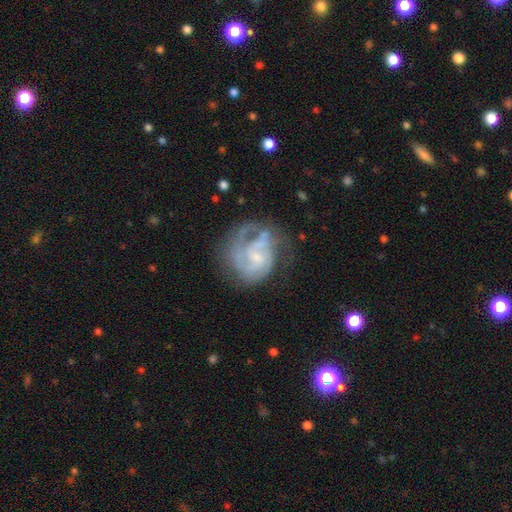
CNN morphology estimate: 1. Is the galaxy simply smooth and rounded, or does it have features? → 78% featured or disk, 15% smooth, 7% star or artifact.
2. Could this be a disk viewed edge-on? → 98% no, 2% yes.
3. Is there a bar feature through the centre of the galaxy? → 59% no, 36% weak, 6% strong.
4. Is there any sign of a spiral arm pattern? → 86% yes, 14% no.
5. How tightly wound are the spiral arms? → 44% tight, 39% medium, 16% loose.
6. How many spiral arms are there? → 32% 2, 28% can't tell, 17% 1, 16% 3, 4% 4, 3% more than 4.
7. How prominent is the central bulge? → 56% small, 22% moderate, 19% none, 2% large, 1% dominant.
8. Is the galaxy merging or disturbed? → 45% none, 29% major disturbance, 22% minor disturbance, 4% merger.